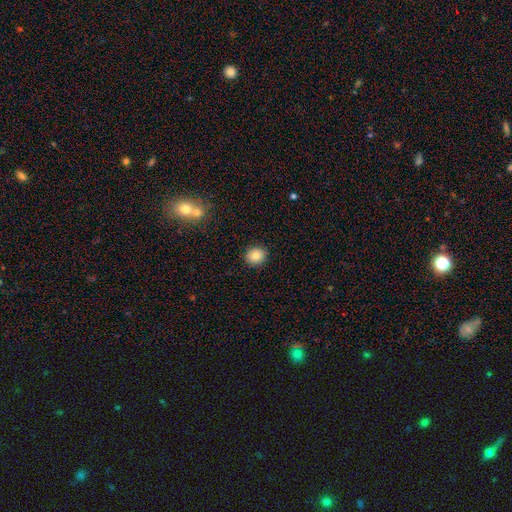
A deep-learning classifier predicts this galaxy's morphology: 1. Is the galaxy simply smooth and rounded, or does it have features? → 82% smooth, 10% star or artifact, 8% featured or disk.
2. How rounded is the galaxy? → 80% round, 19% in between, 1% cigar-shaped.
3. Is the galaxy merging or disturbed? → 90% none, 7% minor disturbance, 2% major disturbance, 1% merger.